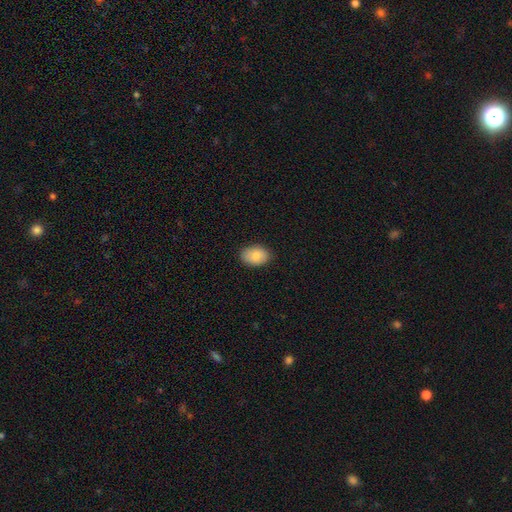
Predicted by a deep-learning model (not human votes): Q: Smooth or featured?
A: smooth (85%); runner-up: featured or disk (9%)
Q: How rounded?
A: in between (83%); runner-up: round (16%)
Q: Merging?
A: none (86%); runner-up: minor disturbance (11%)